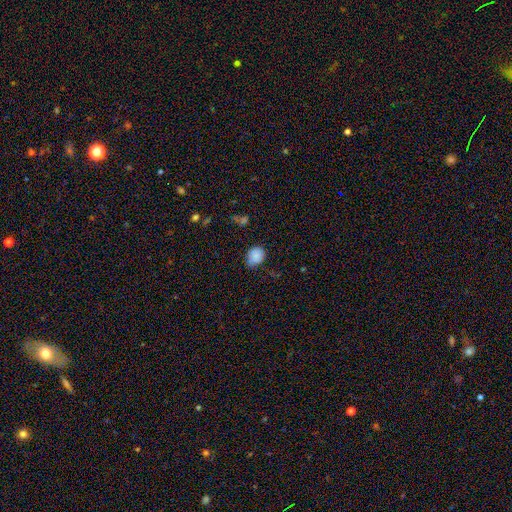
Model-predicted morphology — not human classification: Smooth or featured? smooth (84%)
How rounded? round (54%)
Merging? none (61%)